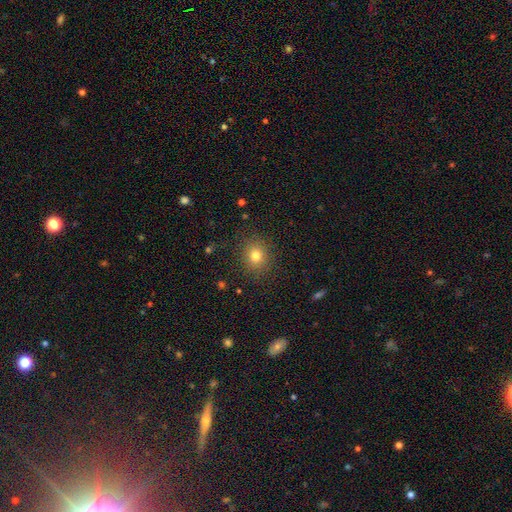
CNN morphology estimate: Q: Smooth or featured?
A: smooth (79%); runner-up: star or artifact (14%)
Q: How rounded?
A: round (77%); runner-up: in between (22%)
Q: Merging?
A: none (88%); runner-up: minor disturbance (8%)